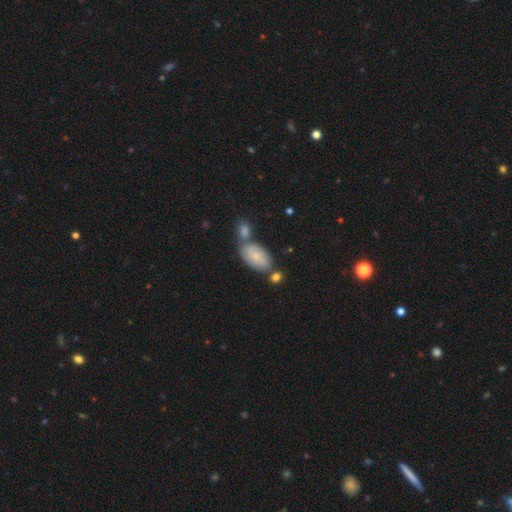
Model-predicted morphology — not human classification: Overall: smooth (74%). How rounded: in between (93%). Merging: none (47%; merger 35%).